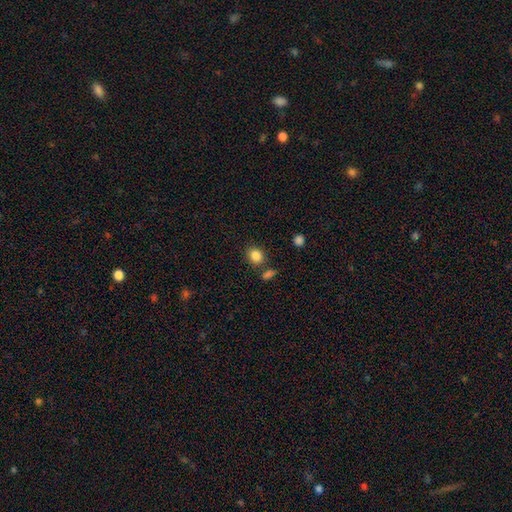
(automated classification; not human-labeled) A smooth galaxy with no disk features (85%) that is round (60%).

Vote fractions:
- Smooth or featured? smooth: 85% / star or artifact: 10% / featured or disk: 5%
- How rounded? round: 60% / in between: 39% / cigar-shaped: 1%
- Merging? none: 76% / minor disturbance: 11% / merger: 10% / major disturbance: 4%